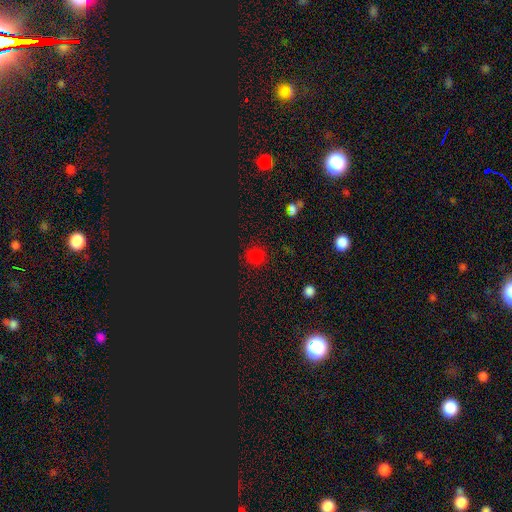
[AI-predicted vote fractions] Smooth or featured? Predicted: smooth (p=0.72). How rounded? Predicted: round (p=0.90). Merging? Predicted: none (p=0.89).